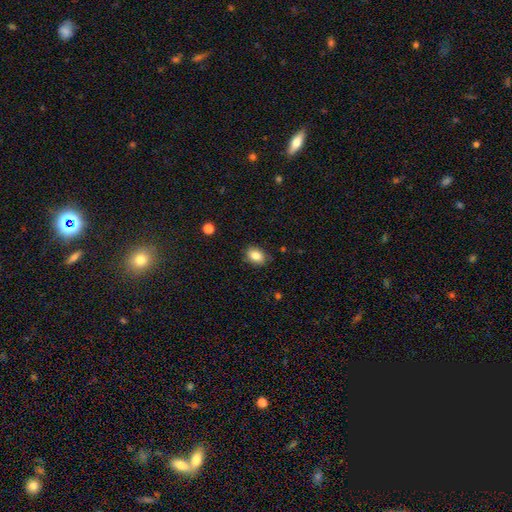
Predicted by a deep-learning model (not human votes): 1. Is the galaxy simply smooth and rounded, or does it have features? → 83% smooth, 9% star or artifact, 8% featured or disk.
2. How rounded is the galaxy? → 73% in between, 26% round, 1% cigar-shaped.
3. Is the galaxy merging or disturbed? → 83% none, 13% minor disturbance, 3% major disturbance, 1% merger.